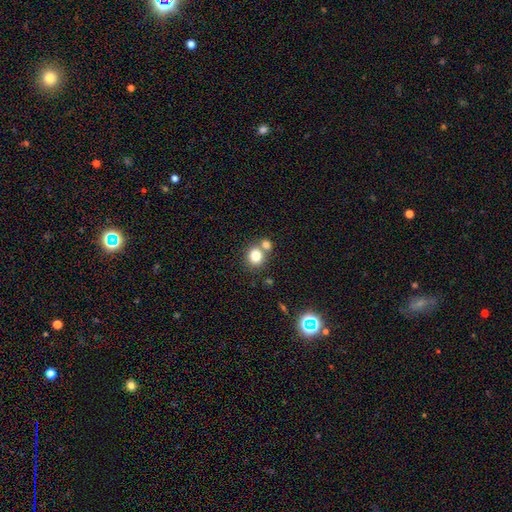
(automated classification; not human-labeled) smooth_or_featured: smooth (p=0.81) [alt: star or artifact p=0.11]
how_rounded: round (p=0.76) [alt: in between p=0.23]
merging: none (p=0.55) [alt: merger p=0.34]